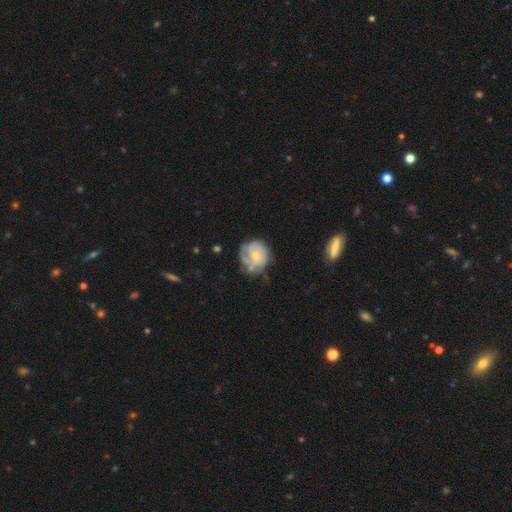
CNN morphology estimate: This appears to be a featured or disk galaxy (64%) with no bar (72%), tight (57%) spiral arms (81%) and a small central bulge (54%). Merging: none (57%).